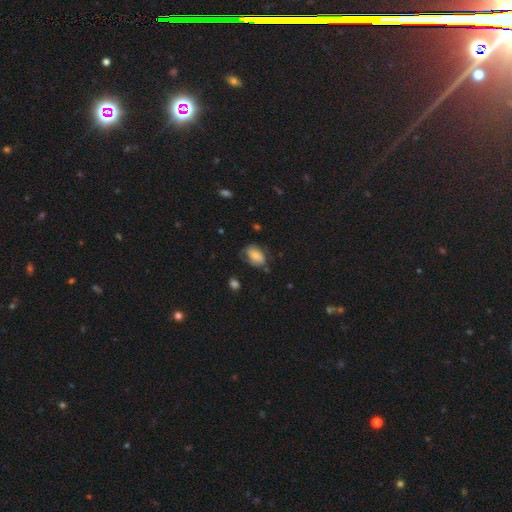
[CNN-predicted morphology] This appears to be a smooth galaxy with no disk features (74%) that is in between round and cigar-shaped (88%). Merging: none (53%).